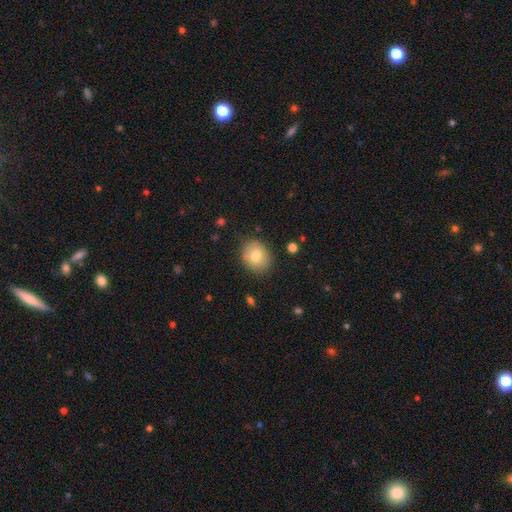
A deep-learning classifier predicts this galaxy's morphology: This is likely a smooth galaxy (76%). How rounded: likely round (68%). Merging: clearly none (84%).